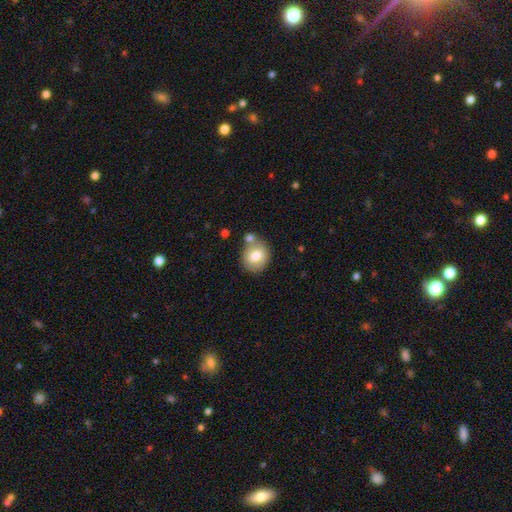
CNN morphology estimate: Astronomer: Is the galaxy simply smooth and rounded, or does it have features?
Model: smooth — 76%.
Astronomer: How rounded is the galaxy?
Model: round — 69%.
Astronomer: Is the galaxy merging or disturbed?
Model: none — 64%.